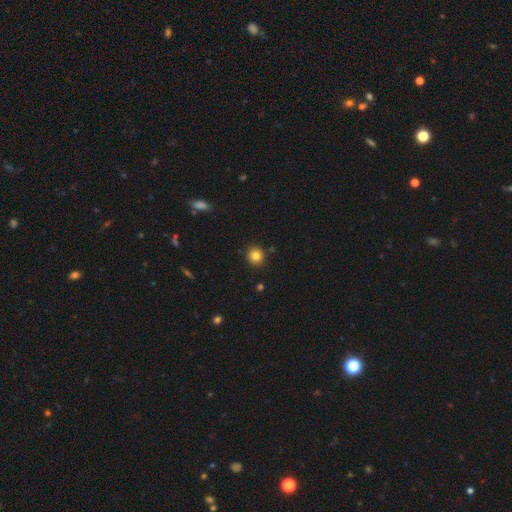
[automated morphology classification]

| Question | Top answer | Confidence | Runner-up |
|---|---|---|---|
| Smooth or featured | smooth | 83% | star or artifact (12%) |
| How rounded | round | 91% | in between (8%) |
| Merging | none | 90% | minor disturbance (6%) |